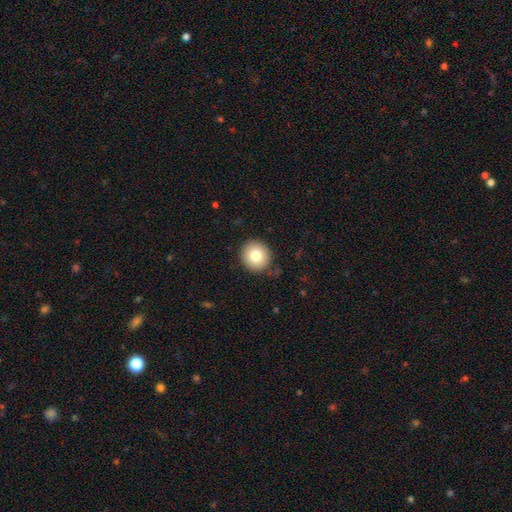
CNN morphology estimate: Overall: smooth (79%). How rounded: round (93%). Merging: none (87%).